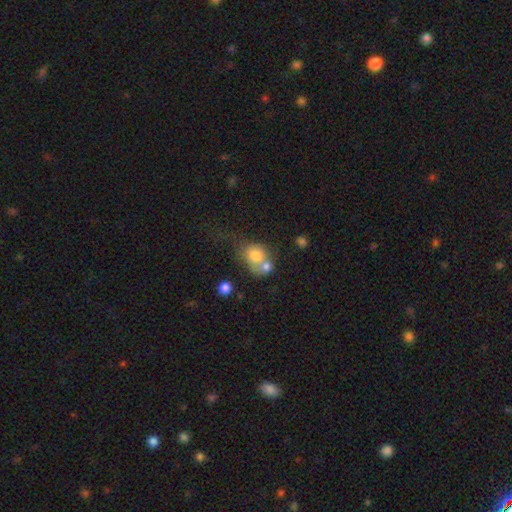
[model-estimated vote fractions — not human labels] A smooth galaxy with no disk features (74%) that is round (60%). Merging: merger (54%).